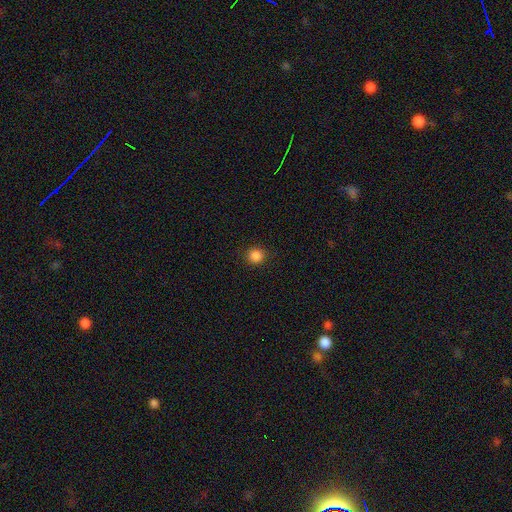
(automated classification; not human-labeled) smooth 86%, star or artifact 11%, featured or disk 3%. Down the decision tree: how rounded — round (92%); merging — none (91%).